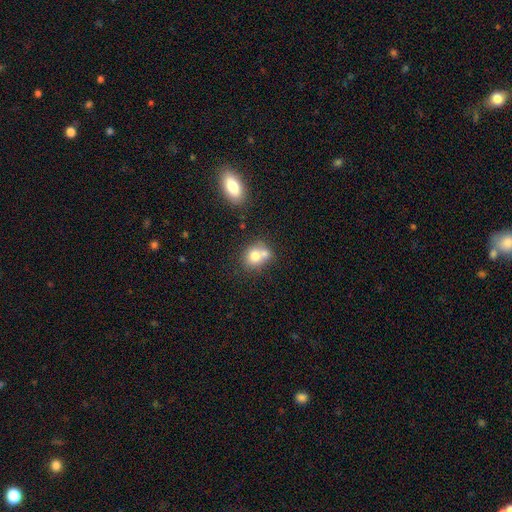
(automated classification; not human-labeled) Smooth or featured? Predicted: smooth (p=0.73). How rounded? Predicted: round (p=0.61). Merging? Predicted: merger (p=0.51).